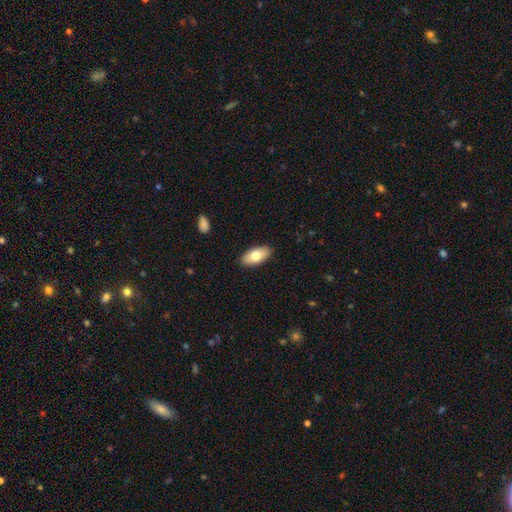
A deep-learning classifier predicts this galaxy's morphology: type=smooth (75%); roundness=in between (92%); merging=none (89%).